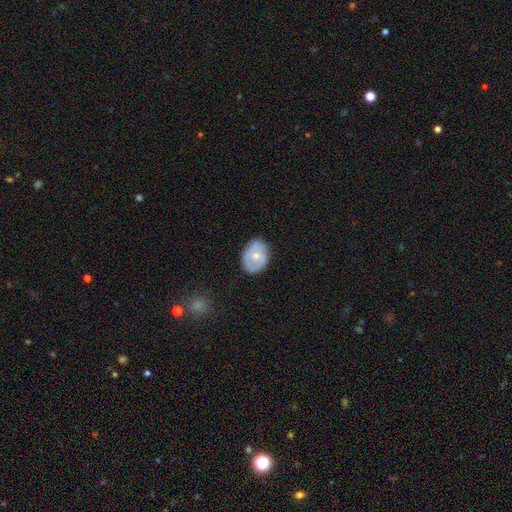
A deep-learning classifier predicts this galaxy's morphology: smooth 52%, featured or disk 41%, star or artifact 7%. Down the decision tree: how rounded — in between (66%); merging — none (74%).